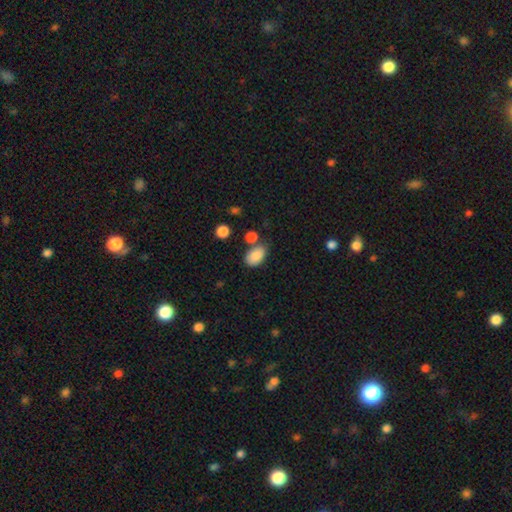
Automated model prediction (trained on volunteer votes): smooth_or_featured: smooth (p=0.85) [alt: star or artifact p=0.08]
how_rounded: in between (p=0.90) [alt: round p=0.09]
merging: none (p=0.63) [alt: minor disturbance p=0.19]